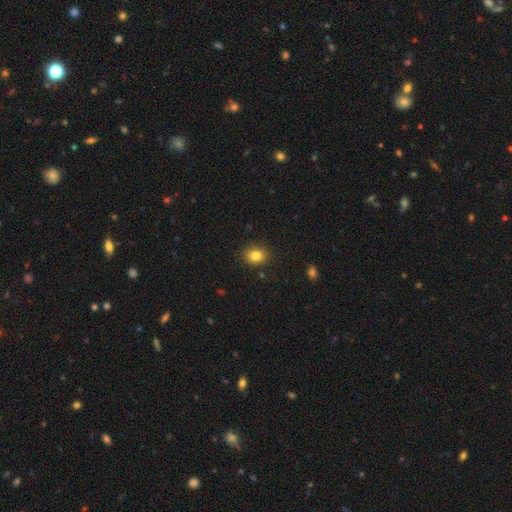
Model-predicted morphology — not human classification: Smooth or featured? smooth (82%)
How rounded? round (55%)
Merging? none (89%)